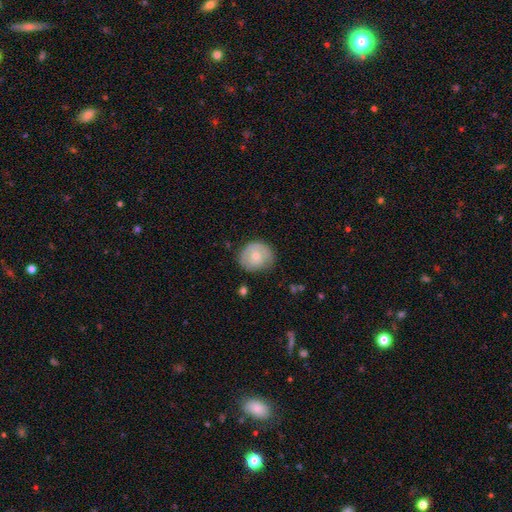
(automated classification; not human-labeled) smooth_or_featured: smooth (p=0.53) [alt: featured or disk p=0.41]
how_rounded: round (p=0.81) [alt: in between p=0.18]
merging: none (p=0.70) [alt: minor disturbance p=0.22]